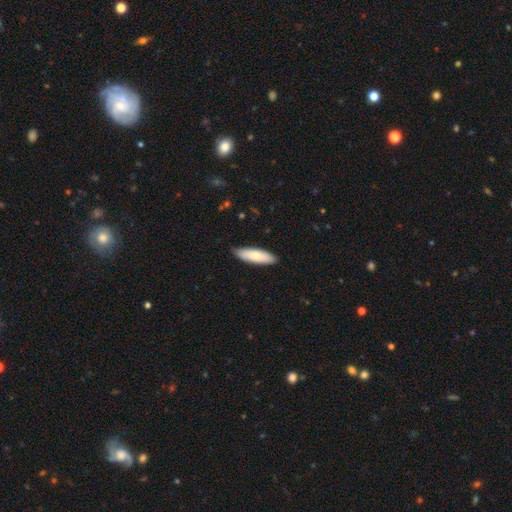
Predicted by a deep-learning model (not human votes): Smooth or featured? Predicted: smooth (p=0.79). How rounded? Predicted: in between (p=0.49, tied with cigar-shaped). Merging? Predicted: none (p=0.85).